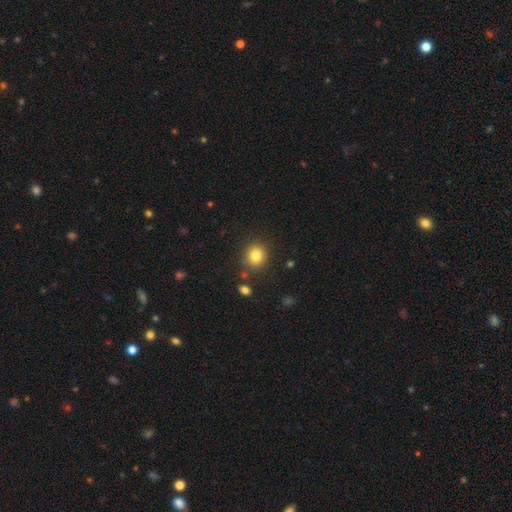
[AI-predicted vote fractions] Overall: smooth (82%). How rounded: round (83%). Merging: none (85%).